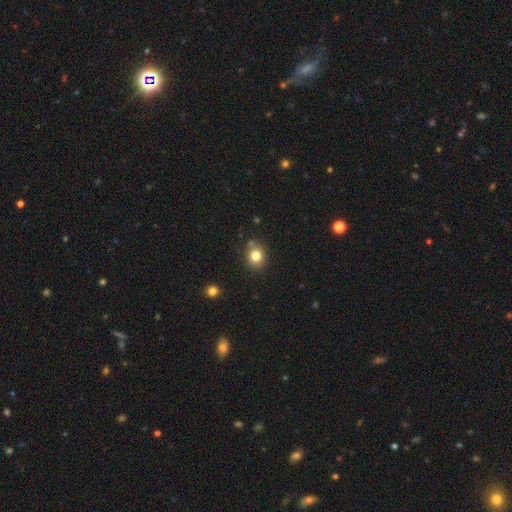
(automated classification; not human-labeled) Smooth or featured? smooth (81%)
How rounded? round (71%)
Merging? none (79%)